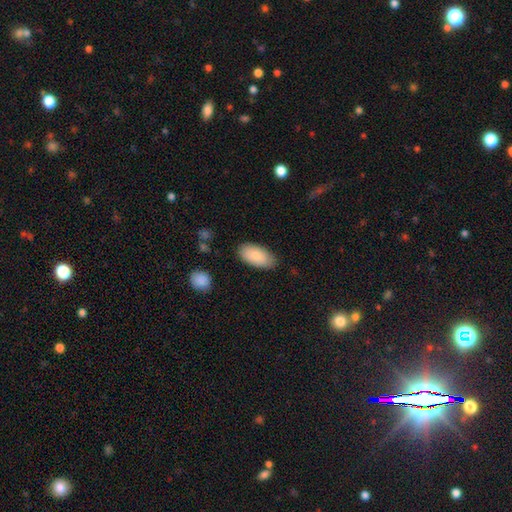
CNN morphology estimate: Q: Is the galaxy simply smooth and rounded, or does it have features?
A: smooth — 85%.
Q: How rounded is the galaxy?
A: in between — 95%.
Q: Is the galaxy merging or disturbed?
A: none — 82%.